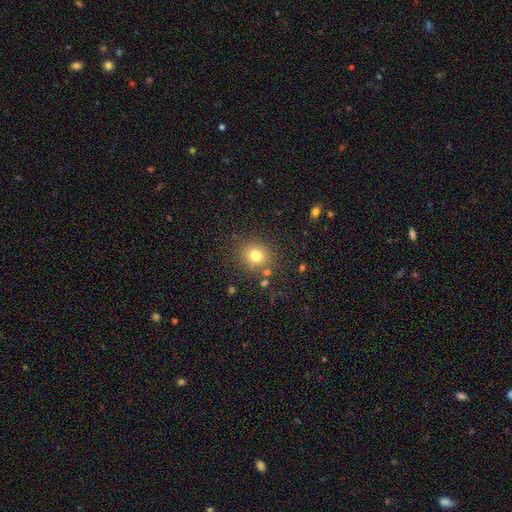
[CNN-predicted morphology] Smooth or featured? Predicted: smooth (p=0.76). How rounded? Predicted: round (p=0.82). Merging? Predicted: none (p=0.82).